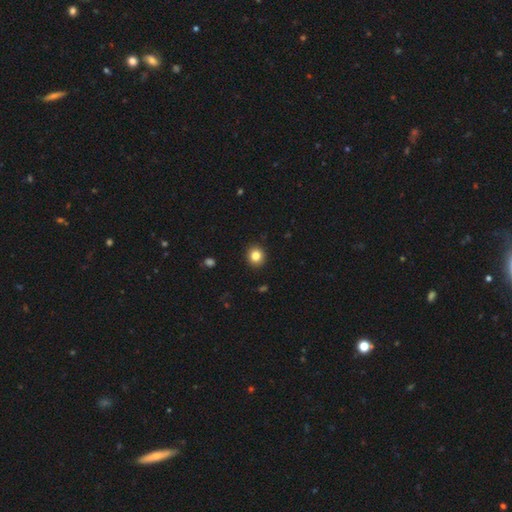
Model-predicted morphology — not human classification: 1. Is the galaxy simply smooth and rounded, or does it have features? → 83% smooth, 11% star or artifact, 6% featured or disk.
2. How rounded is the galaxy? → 87% round, 12% in between, 1% cigar-shaped.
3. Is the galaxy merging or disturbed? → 92% none, 5% minor disturbance, 2% major disturbance, 1% merger.